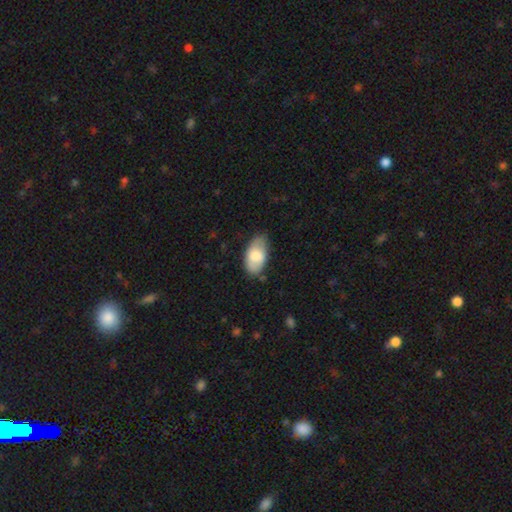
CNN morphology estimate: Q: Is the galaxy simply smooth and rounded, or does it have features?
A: smooth — 75%.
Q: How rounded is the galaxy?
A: in between — 94%.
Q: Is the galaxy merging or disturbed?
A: none — 70%.